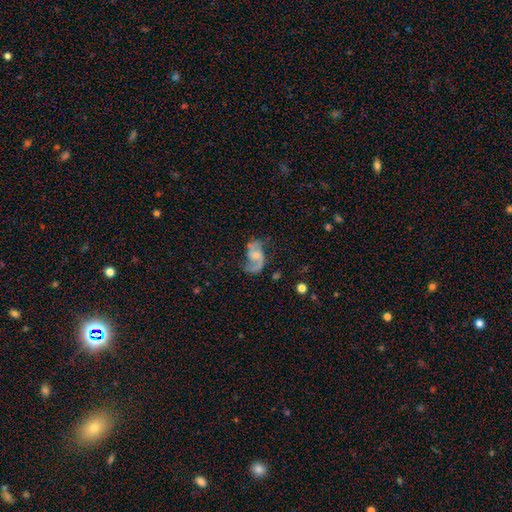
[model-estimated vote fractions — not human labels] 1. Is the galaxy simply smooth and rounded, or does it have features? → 81% featured or disk, 13% smooth, 6% star or artifact.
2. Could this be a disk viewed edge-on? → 98% no, 2% yes.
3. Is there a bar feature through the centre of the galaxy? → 55% no, 37% weak, 8% strong.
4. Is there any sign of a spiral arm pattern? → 93% yes, 7% no.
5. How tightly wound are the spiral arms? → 53% loose, 38% medium, 9% tight.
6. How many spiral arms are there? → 78% 2, 16% 1, 4% can't tell, 1% 3, 1% 4, 1% more than 4.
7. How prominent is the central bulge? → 48% small, 37% moderate, 11% none, 3% large, 1% dominant.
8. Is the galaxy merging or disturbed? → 52% none, 23% minor disturbance, 22% major disturbance, 3% merger.